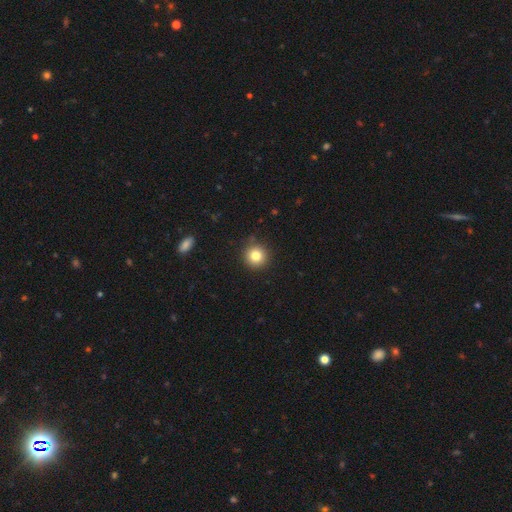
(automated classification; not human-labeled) Smooth or featured?
  - smooth: 82% *
  - star or artifact: 11%
  - featured or disk: 7%
How rounded?
  - round: 95% *
  - in between: 4%
  - cigar-shaped: 1%
Merging?
  - none: 90% *
  - minor disturbance: 7%
  - major disturbance: 2%
  - merger: 1%